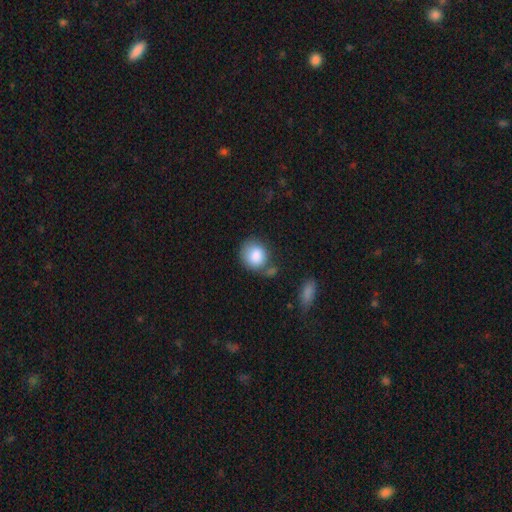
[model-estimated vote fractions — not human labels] smooth-or-featured: smooth: 87% | star or artifact: 7% | featured or disk: 6%
  how-rounded: round: 75% | in between: 24% | cigar-shaped: 1%
  merging: none: 54% | minor disturbance: 21% | merger: 17% | major disturbance: 8%